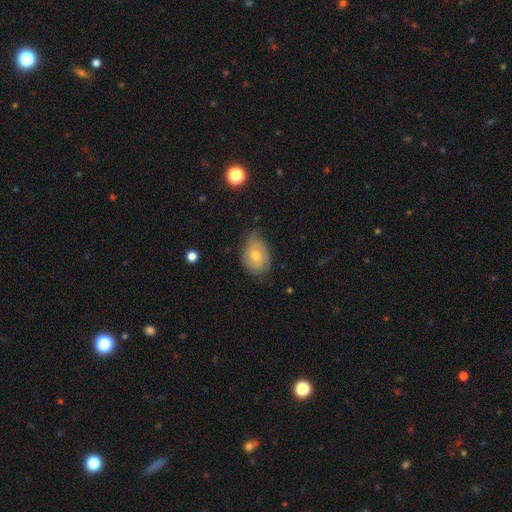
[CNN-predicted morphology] Q: Smooth or featured?
A: smooth (48%); runner-up: featured or disk (42%)
Q: Merging?
A: none (58%); runner-up: minor disturbance (33%)